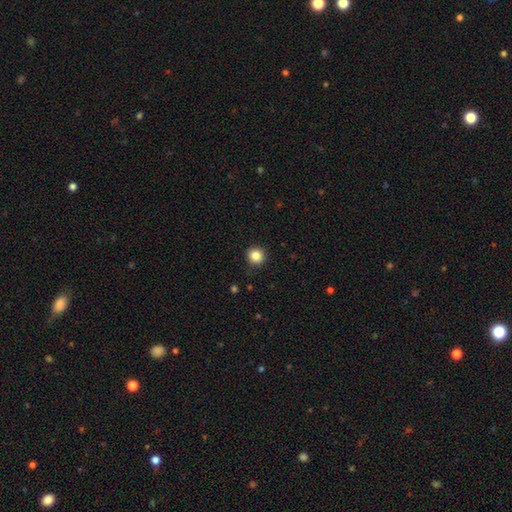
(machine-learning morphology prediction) This is clearly a smooth galaxy (85%). How rounded: clearly round (94%). Merging: clearly none (91%).